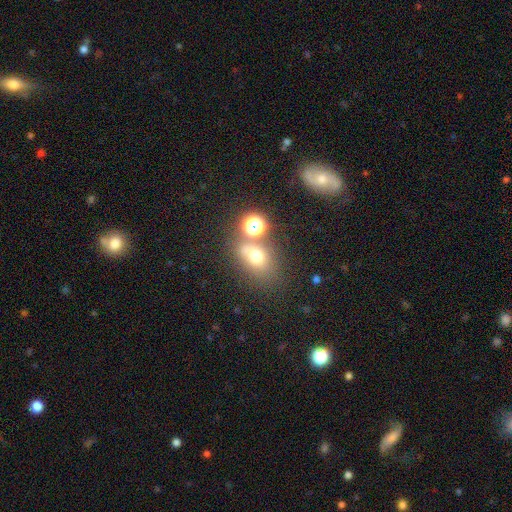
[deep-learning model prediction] Smooth or featured? Predicted: smooth (p=0.64). How rounded? Predicted: in between (p=0.56). Merging? Predicted: none (p=0.53).